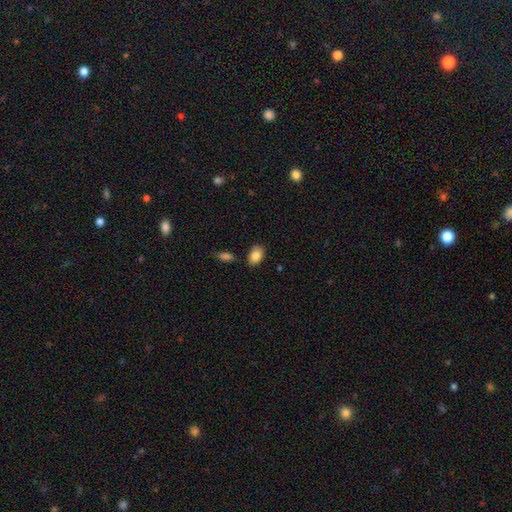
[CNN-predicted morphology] Smooth or featured: smooth — 86% (star or artifact — 7%)
How rounded: in between — 87% (round — 12%)
Merging: none — 79% (minor disturbance — 14%)